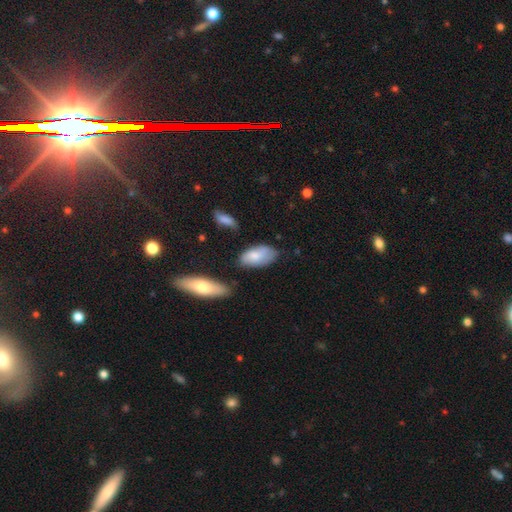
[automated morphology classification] smooth-or-featured: smooth: 75% | featured or disk: 19% | star or artifact: 6%
  how-rounded: in between: 93% | cigar-shaped: 5% | round: 3%
  merging: none: 63% | minor disturbance: 26% | major disturbance: 6% | merger: 5%